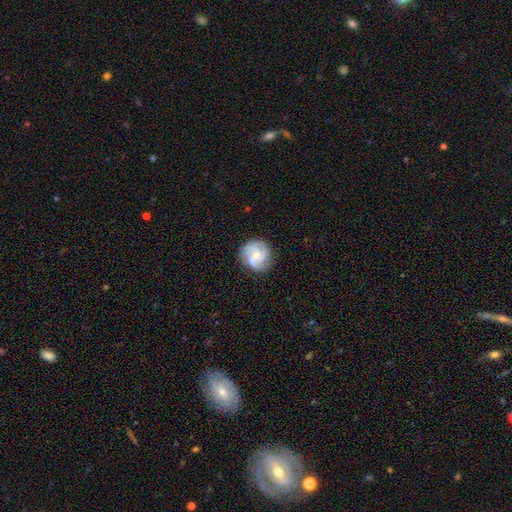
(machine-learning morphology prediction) A featured or disk galaxy (78%) with no bar (56%), 3 (53%) tight (49%) spiral arms (96%) and a small central bulge (49%).

Vote fractions:
- Smooth or featured? featured or disk: 78% / smooth: 16% / star or artifact: 6%
- Edge-on disk? no: 98% / yes: 2%
- Bar? no: 56% / weak: 37% / strong: 7%
- Spiral arms? yes: 96% / no: 4%
- Spiral winding? tight: 49% / medium: 41% / loose: 10%
- Spiral arm count? 3: 53% / 2: 24% / can't tell: 10% / 4: 6% / 1: 3% / more than 4: 3%
- Bulge size? small: 49% / moderate: 45% / none: 3% / large: 2% / dominant: 1%
- Merging? none: 75% / minor disturbance: 16% / major disturbance: 5% / merger: 5%